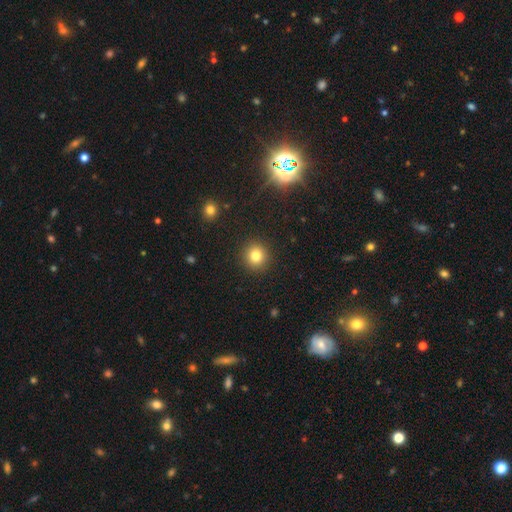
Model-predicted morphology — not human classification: This is clearly a smooth galaxy (80%). How rounded: clearly round (92%). Merging: clearly none (91%).